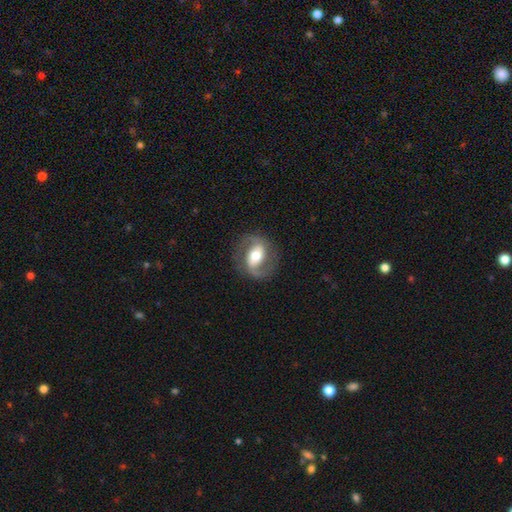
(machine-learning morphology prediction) featured or disk 82%, smooth 13%, star or artifact 5%. Down the decision tree: edge-on disk — no (96%); bar — strong (40%); spiral arms — yes (91%); spiral arm count — 2 (91%); spiral winding — medium (51%); bulge size — moderate (66%); merging — none (81%).